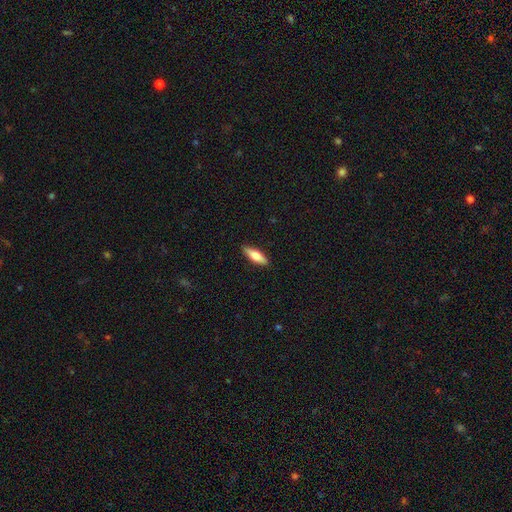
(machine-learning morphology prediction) smooth-or-featured: smooth: 69% | featured or disk: 25% | star or artifact: 6%
  how-rounded: cigar-shaped: 51% | in between: 47% | round: 2%
  merging: none: 89% | minor disturbance: 8% | major disturbance: 2% | merger: 1%